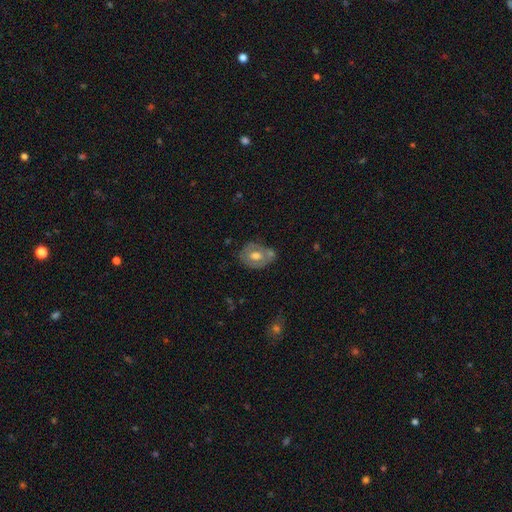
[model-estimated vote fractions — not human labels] Smooth or featured? Predicted: smooth (p=0.52). How rounded? Predicted: in between (p=0.65). Merging? Predicted: none (p=0.50).